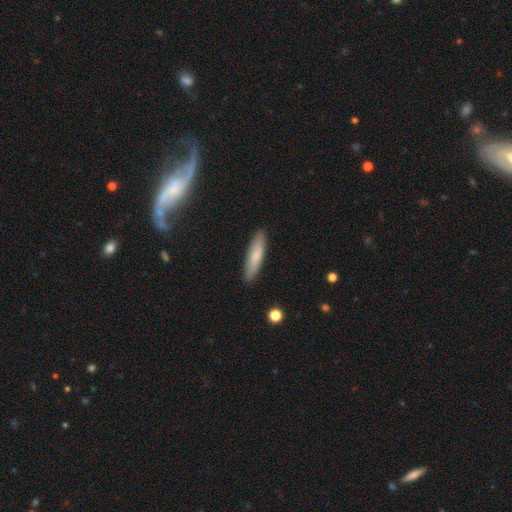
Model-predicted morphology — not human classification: This appears to be a smooth galaxy with no disk features (76%) that is cigar-shaped (77%). Merging: none (89%).